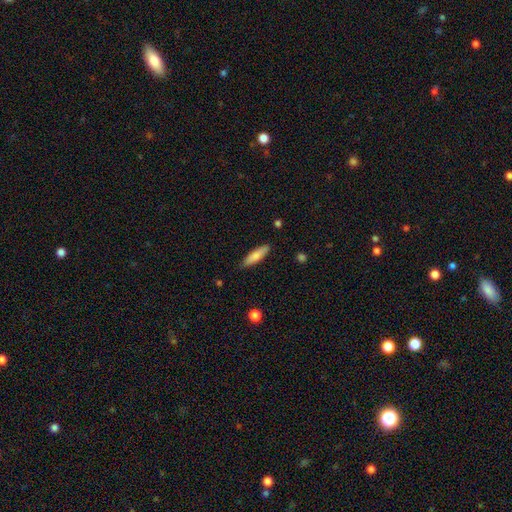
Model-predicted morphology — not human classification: Q: Smooth or featured?
A: smooth (78%); runner-up: featured or disk (16%)
Q: How rounded?
A: cigar-shaped (66%); runner-up: in between (33%)
Q: Merging?
A: none (85%); runner-up: minor disturbance (11%)